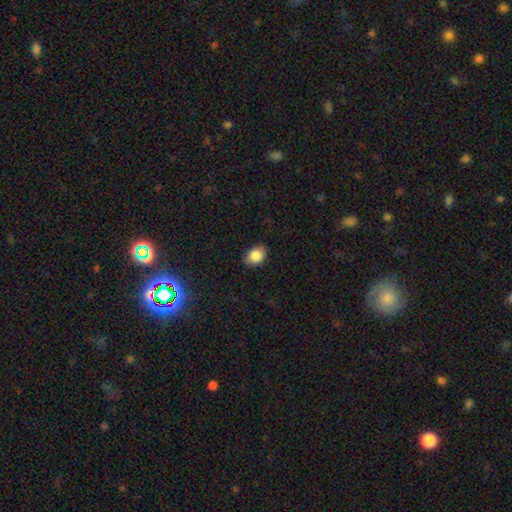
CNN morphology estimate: The model was most divided on "how rounded": in between: 72%, round: 27%, cigar-shaped: 1%. More confident: smooth or featured — smooth (86%); merging — none (84%).